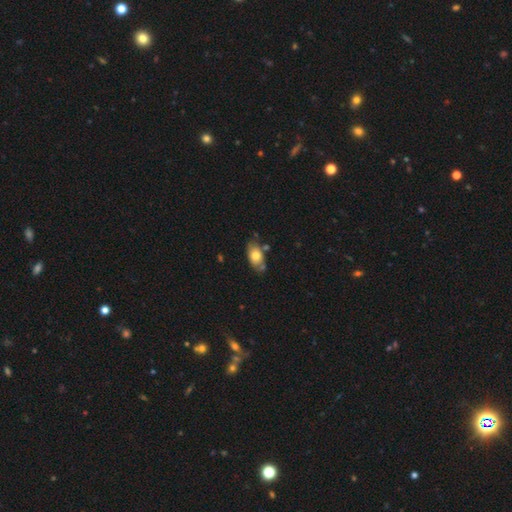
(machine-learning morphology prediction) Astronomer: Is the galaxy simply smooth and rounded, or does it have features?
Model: smooth — 73%.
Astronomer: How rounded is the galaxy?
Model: in between — 90%.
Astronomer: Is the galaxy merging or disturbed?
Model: none — 68%.